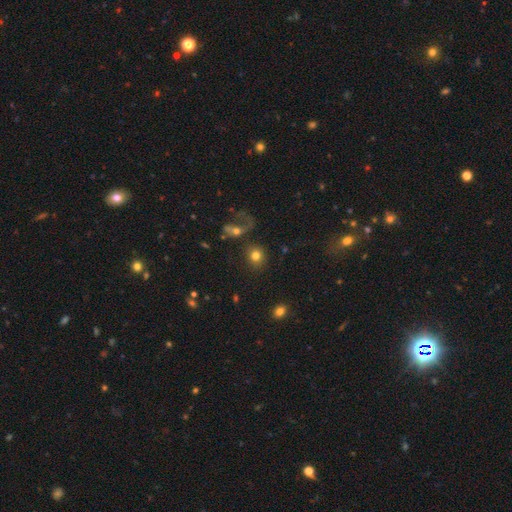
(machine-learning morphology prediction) type=smooth (77%); roundness=round (84%); merging=none (71%).